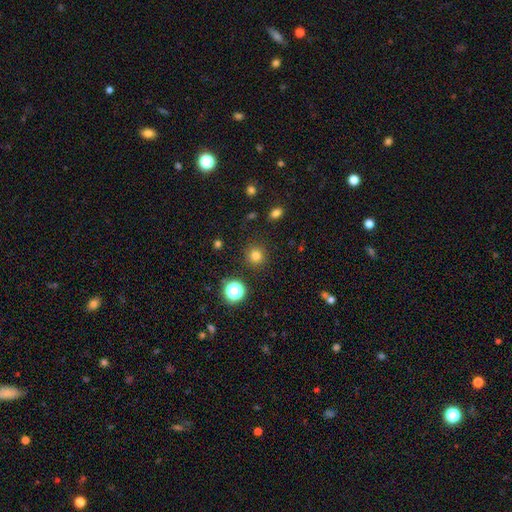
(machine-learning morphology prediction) This appears to be a smooth galaxy with no disk features (78%) that is round (94%). Merging: none (89%).